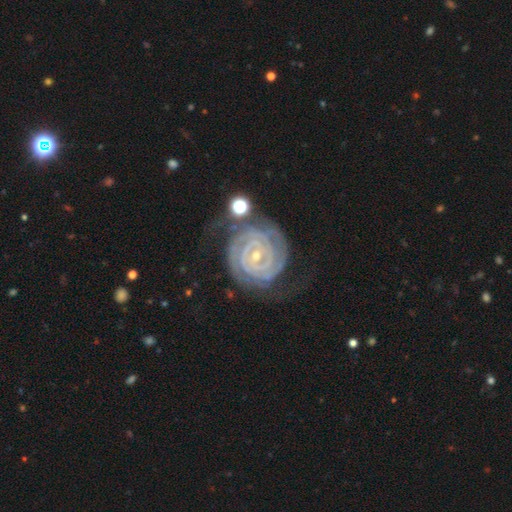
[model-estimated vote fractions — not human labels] This appears to be a featured or disk galaxy (92%) with no bar (48%), 2 (45%) tight (89%) spiral arms (99%) and a small central bulge (78%). Merging: none (69%).